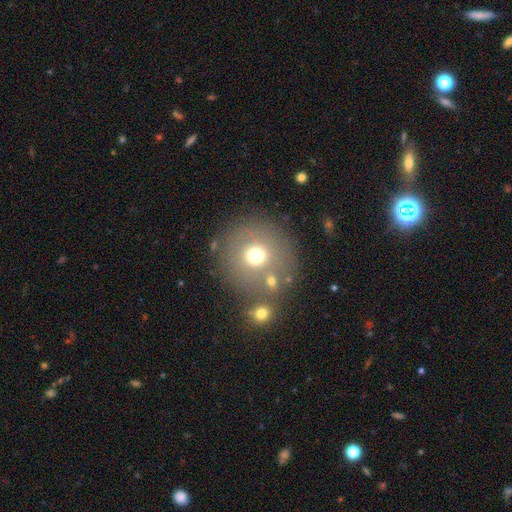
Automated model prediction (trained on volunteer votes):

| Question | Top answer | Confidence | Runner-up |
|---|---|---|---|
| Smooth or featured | smooth | 67% | featured or disk (17%) |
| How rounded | round | 92% | in between (7%) |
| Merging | none | 70% | merger (14%) |